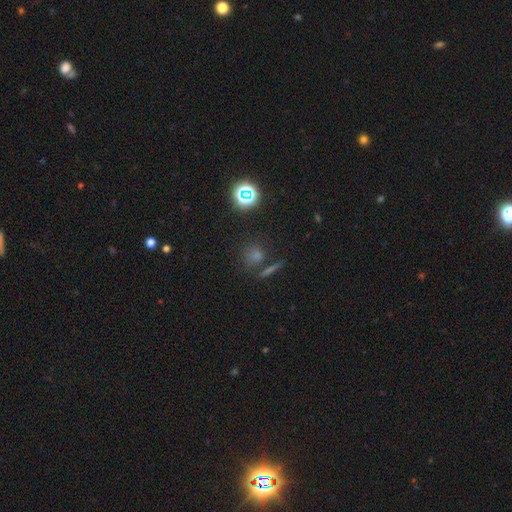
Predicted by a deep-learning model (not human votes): Smooth or featured?
  - smooth: 44% *
  - star or artifact: 43%
  - featured or disk: 13%
Merging?
  - none: 73% *
  - merger: 14%
  - minor disturbance: 8%
  - major disturbance: 4%